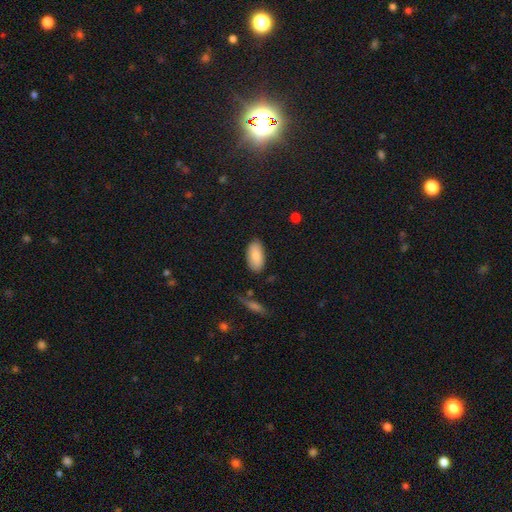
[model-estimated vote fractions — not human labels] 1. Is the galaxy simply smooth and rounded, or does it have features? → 84% smooth, 10% featured or disk, 6% star or artifact.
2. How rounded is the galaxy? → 93% in between, 5% cigar-shaped, 2% round.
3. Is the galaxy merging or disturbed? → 83% none, 13% minor disturbance, 3% major disturbance, 2% merger.